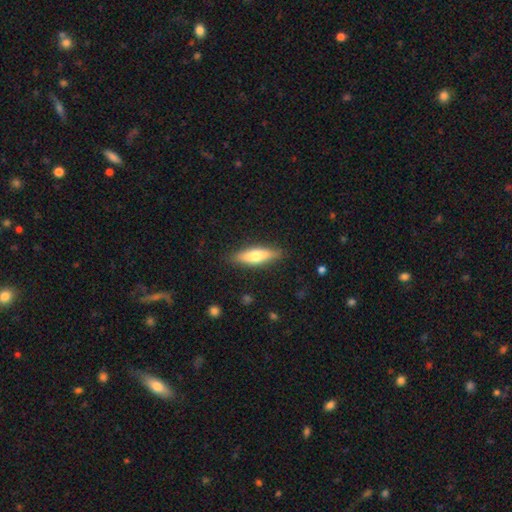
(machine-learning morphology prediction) A smooth galaxy with no disk features (62%) that is cigar-shaped (59%).

Vote fractions:
- Smooth or featured? smooth: 62% / featured or disk: 33% / star or artifact: 6%
- How rounded? cigar-shaped: 59% / in between: 39% / round: 2%
- Merging? none: 87% / minor disturbance: 10% / major disturbance: 2% / merger: 1%